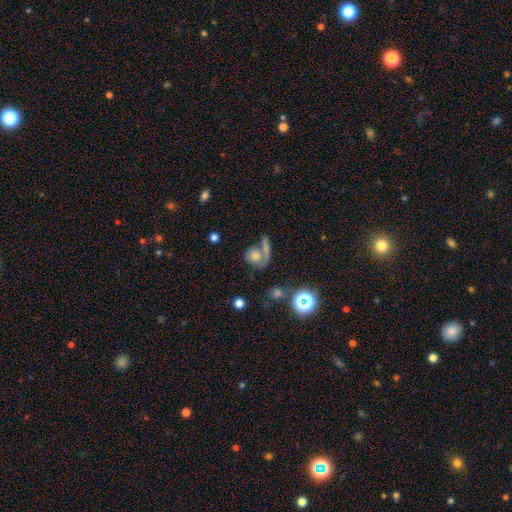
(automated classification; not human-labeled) Smooth or featured? Predicted: smooth (p=0.57). How rounded? Predicted: round (p=0.67). Merging? Predicted: none (p=0.41).